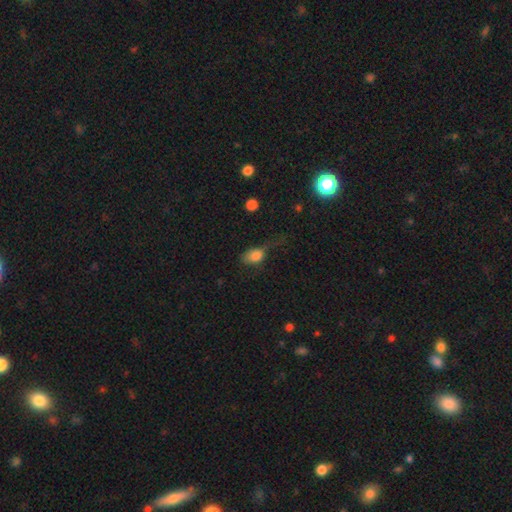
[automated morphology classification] smooth 79%, featured or disk 11%, star or artifact 10%. Down the decision tree: how rounded — in between (84%); merging — major disturbance (43%).